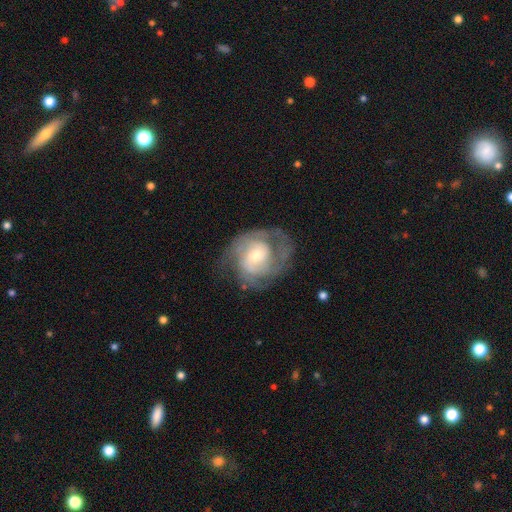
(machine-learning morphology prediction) The model was most divided on "spiral winding": tight: 47%, medium: 40%, loose: 13%. Remaining: edge-on disk — no (97%); spiral arms — yes (90%); smooth or featured — featured or disk (79%); merging — none (62%); bar — no (60%); bulge size — moderate (59%); spiral arm count — 2 (46%).